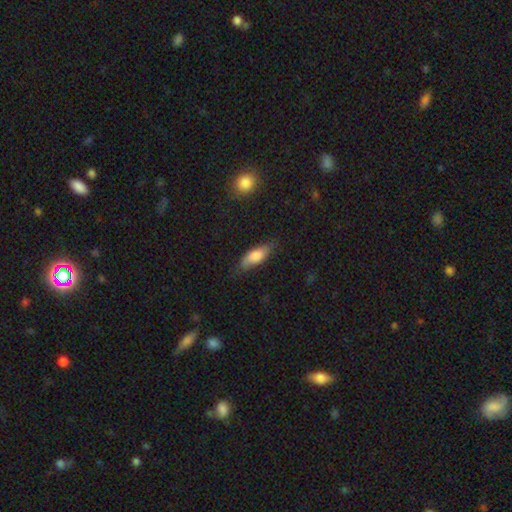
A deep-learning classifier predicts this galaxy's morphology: Smooth or featured? Predicted: smooth (p=0.76). How rounded? Predicted: in between (p=0.68). Merging? Predicted: none (p=0.74).